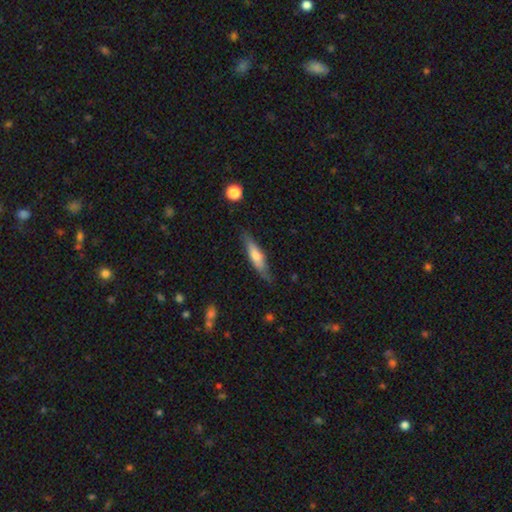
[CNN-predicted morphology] This is possibly a smooth galaxy (56%). How rounded: likely cigar-shaped (79%). Merging: likely none (80%).